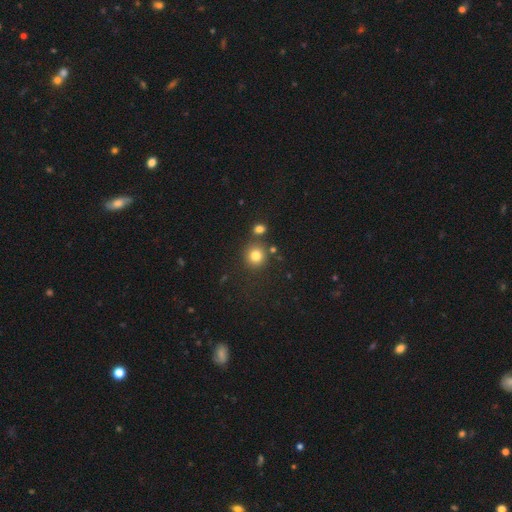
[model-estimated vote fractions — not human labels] This is clearly a smooth galaxy (80%). How rounded: clearly round (90%). Merging: likely none (77%).